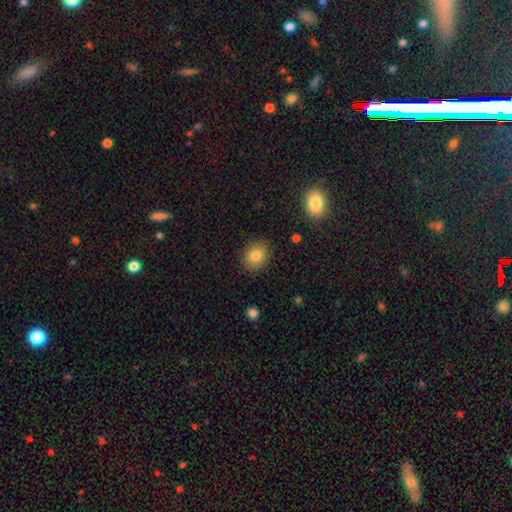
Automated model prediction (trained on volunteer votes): smooth-or-featured: smooth: 81% | star or artifact: 10% | featured or disk: 9%
  how-rounded: round: 56% | in between: 43% | cigar-shaped: 1%
  merging: none: 88% | minor disturbance: 9% | major disturbance: 2% | merger: 1%